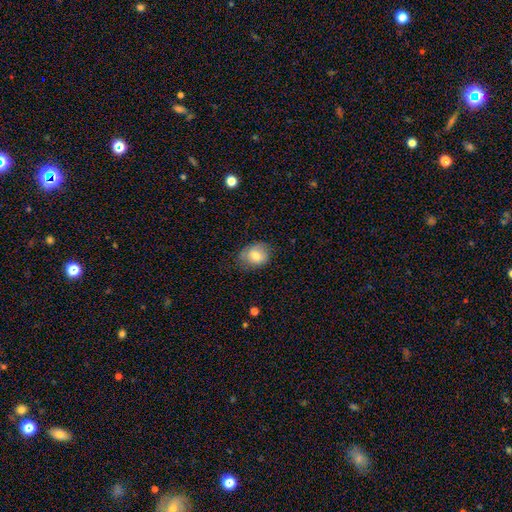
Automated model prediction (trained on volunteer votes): The model was most divided on "how rounded": in between: 52%, round: 47%, cigar-shaped: 1%. More confident: smooth or featured — smooth (70%); merging — none (65%).